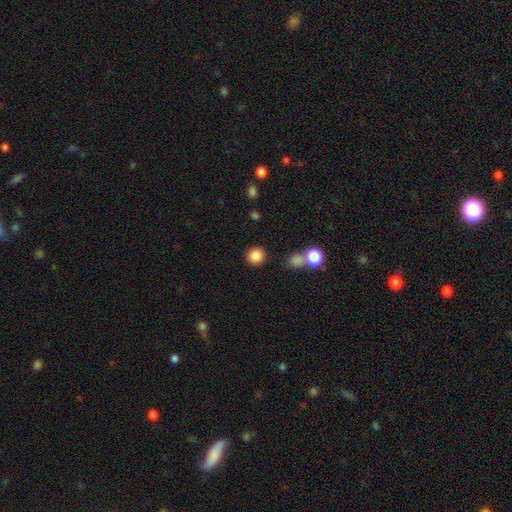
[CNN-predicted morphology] smooth_or_featured: smooth (p=0.86) [alt: star or artifact p=0.10]
how_rounded: round (p=0.90) [alt: in between p=0.09]
merging: none (p=0.86) [alt: minor disturbance p=0.07]